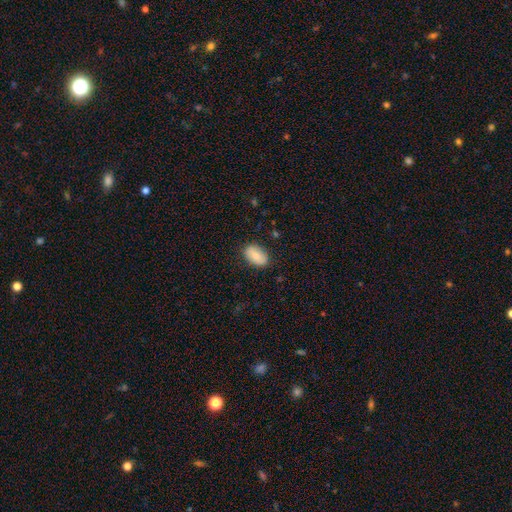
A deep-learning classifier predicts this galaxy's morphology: smooth 77%, featured or disk 16%, star or artifact 7%. Down the decision tree: how rounded — in between (91%); merging — none (84%).